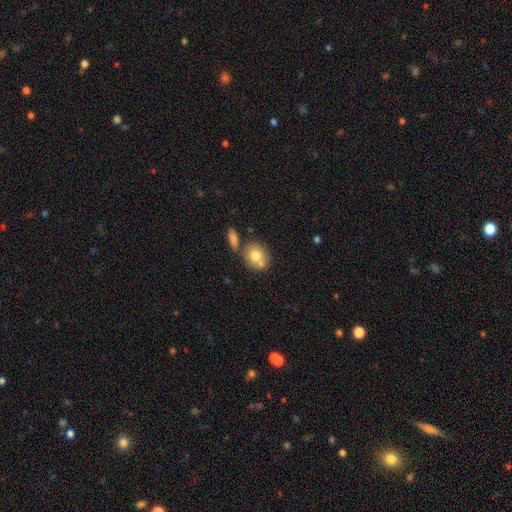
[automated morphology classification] Q: Smooth or featured?
A: smooth (73%); runner-up: featured or disk (18%)
Q: How rounded?
A: round (65%); runner-up: in between (34%)
Q: Merging?
A: none (52%); runner-up: merger (32%)